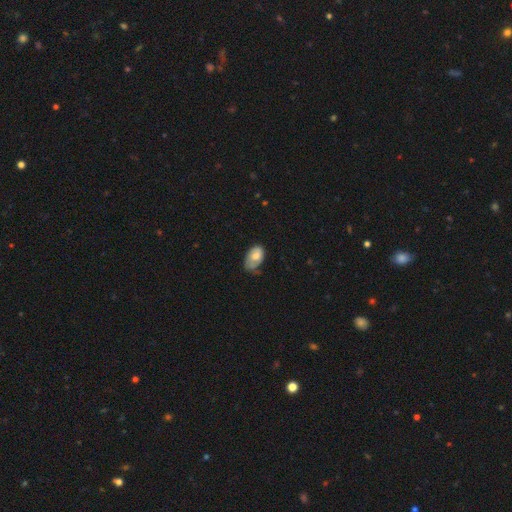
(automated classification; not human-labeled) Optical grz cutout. It shows a smooth galaxy with no disk features (65%) that is in between round and cigar-shaped (89%). Merging: minor disturbance (43%).